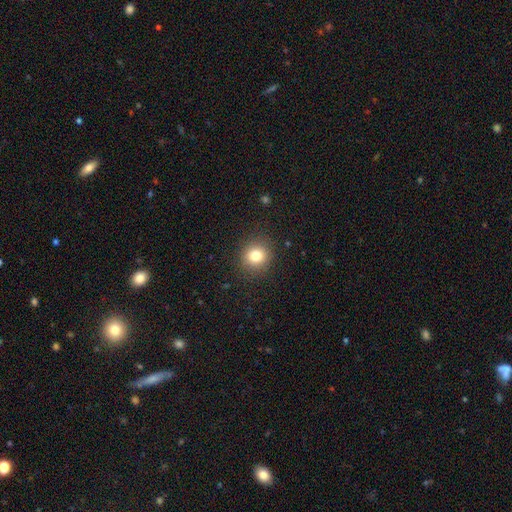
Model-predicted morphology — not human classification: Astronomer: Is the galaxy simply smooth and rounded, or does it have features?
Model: smooth — 81%.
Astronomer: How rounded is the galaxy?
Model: round — 86%.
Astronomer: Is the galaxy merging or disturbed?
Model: none — 89%.